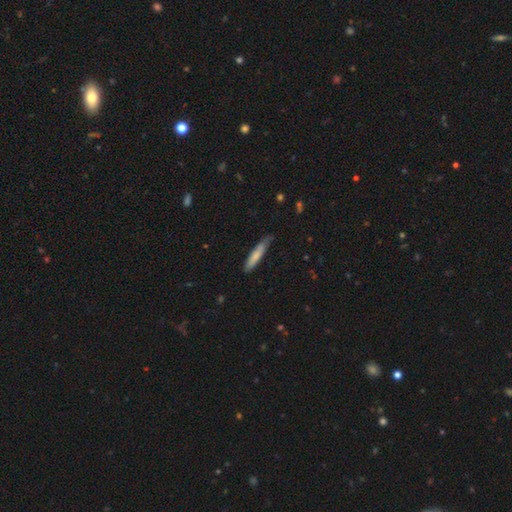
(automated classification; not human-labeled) The model was most divided on "merging": none: 69%, minor disturbance: 25%, major disturbance: 4%, merger: 2%. More confident: how rounded — cigar-shaped (89%); smooth or featured — smooth (75%).